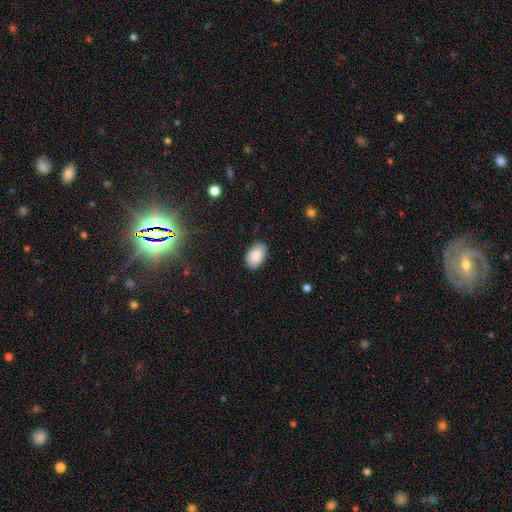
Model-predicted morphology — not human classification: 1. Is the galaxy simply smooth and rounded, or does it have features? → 88% smooth, 7% star or artifact, 5% featured or disk.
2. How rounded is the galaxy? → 91% in between, 8% round, 1% cigar-shaped.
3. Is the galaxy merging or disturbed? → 85% none, 12% minor disturbance, 2% major disturbance, 1% merger.